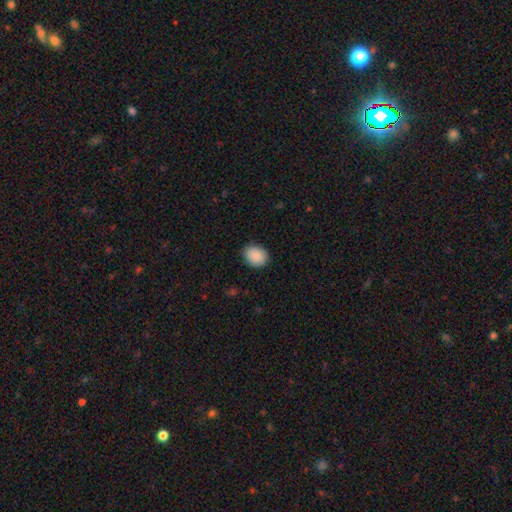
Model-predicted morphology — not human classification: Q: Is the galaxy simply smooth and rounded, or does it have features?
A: smooth — 89%.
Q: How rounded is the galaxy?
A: in between — 51%.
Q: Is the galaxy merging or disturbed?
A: none — 88%.